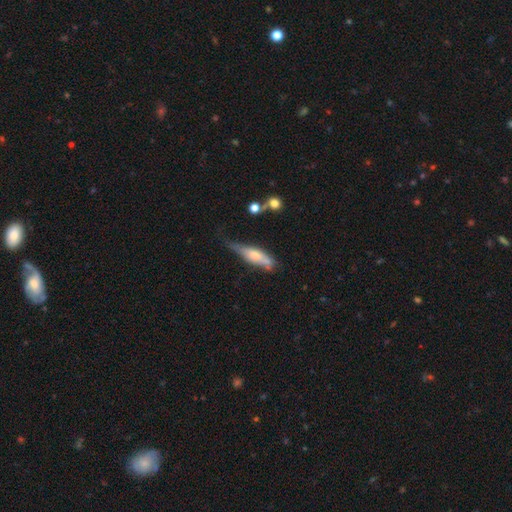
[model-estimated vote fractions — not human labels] smooth 58%, featured or disk 35%, star or artifact 6%. Down the decision tree: how rounded — cigar-shaped (63%); merging — none (39%).